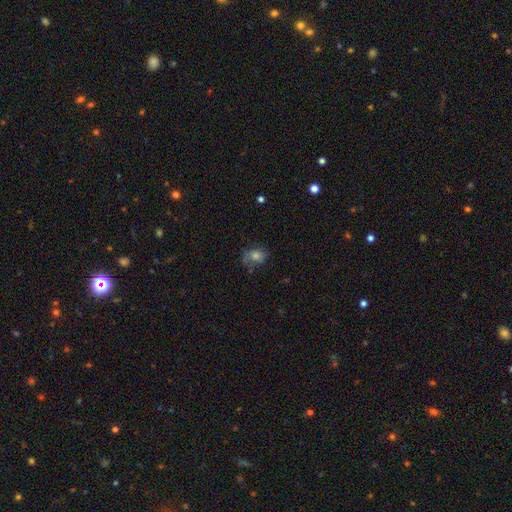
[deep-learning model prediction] Smooth or featured?
  - smooth: 62% *
  - featured or disk: 23%
  - star or artifact: 16%
How rounded?
  - round: 50% *
  - in between: 49%
  - cigar-shaped: 1%
Merging?
  - none: 55% *
  - minor disturbance: 26%
  - major disturbance: 16%
  - merger: 3%